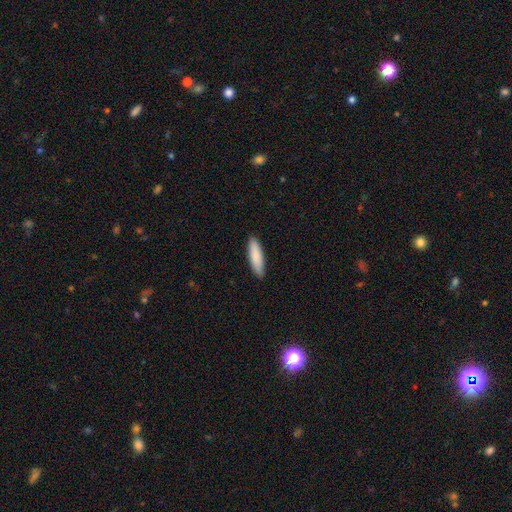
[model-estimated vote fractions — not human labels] A smooth galaxy with no disk features (87%) that is cigar-shaped (65%). Merging: none (89%).